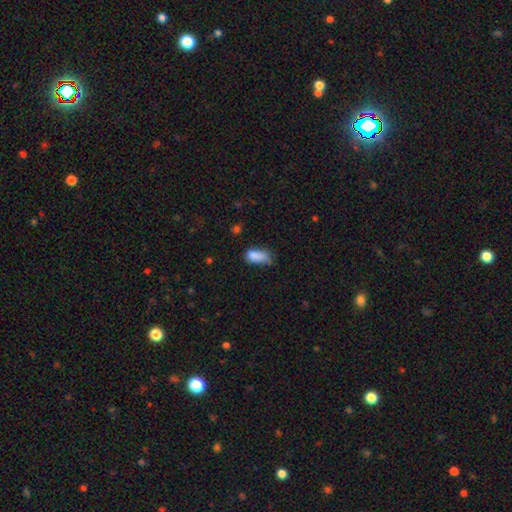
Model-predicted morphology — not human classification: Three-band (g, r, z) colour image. It shows a smooth galaxy with no disk features (84%) that is in between round and cigar-shaped (83%). Merging: minor disturbance (41%).